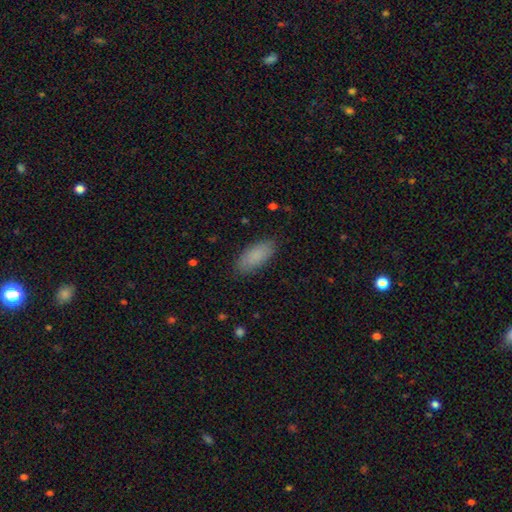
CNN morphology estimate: A smooth galaxy with no disk features (88%) that is in between round and cigar-shaped (84%).

Vote fractions:
- Smooth or featured? smooth: 88% / star or artifact: 6% / featured or disk: 6%
- How rounded? in between: 84% / cigar-shaped: 14% / round: 2%
- Merging? none: 87% / minor disturbance: 10% / major disturbance: 2% / merger: 1%